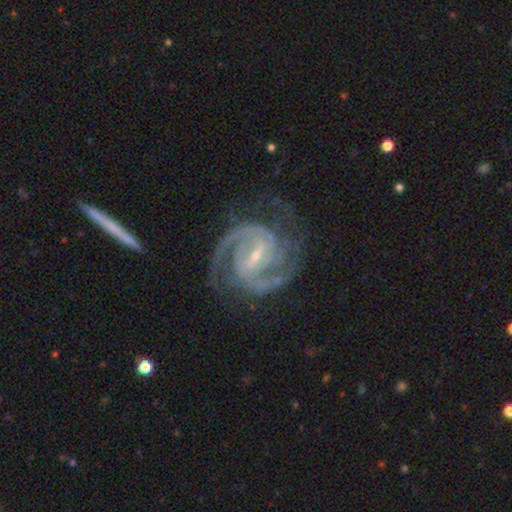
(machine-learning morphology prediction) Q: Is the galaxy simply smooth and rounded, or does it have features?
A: featured or disk — 94%.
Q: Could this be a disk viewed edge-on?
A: no — 98%.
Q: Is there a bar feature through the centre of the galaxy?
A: strong — 52%.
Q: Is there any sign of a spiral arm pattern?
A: yes — 99%.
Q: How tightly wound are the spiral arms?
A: tight — 53%.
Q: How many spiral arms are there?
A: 2 — 67%.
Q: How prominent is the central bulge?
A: small — 72%.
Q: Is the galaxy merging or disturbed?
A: none — 75%.